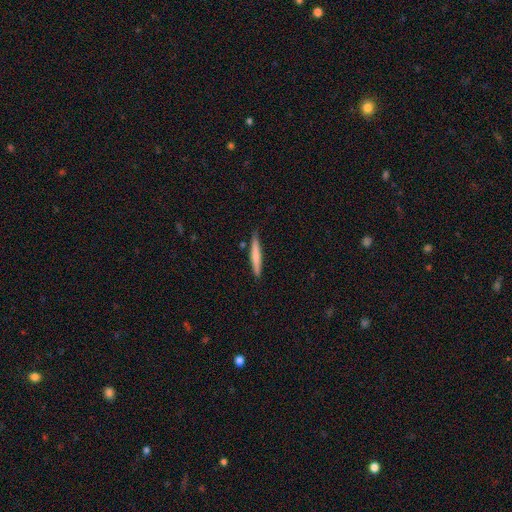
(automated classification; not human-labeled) smooth_or_featured: smooth (p=0.68) [alt: featured or disk p=0.26]
how_rounded: cigar-shaped (p=0.95) [alt: in between p=0.04]
merging: none (p=0.84) [alt: minor disturbance p=0.12]